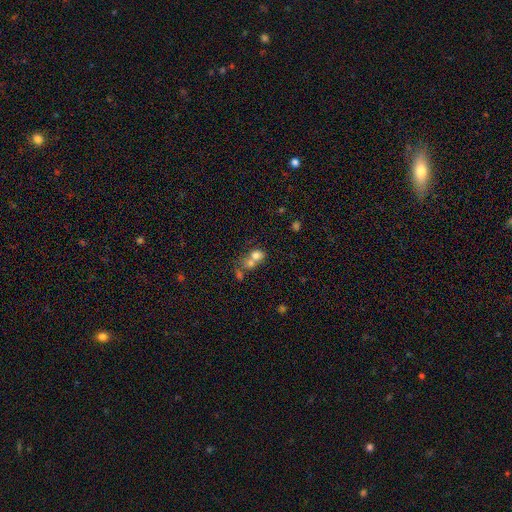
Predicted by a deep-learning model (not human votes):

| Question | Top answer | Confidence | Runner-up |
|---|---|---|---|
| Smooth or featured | smooth | 71% | featured or disk (16%) |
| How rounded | round | 62% | in between (36%) |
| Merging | merger | 63% | none (25%) |